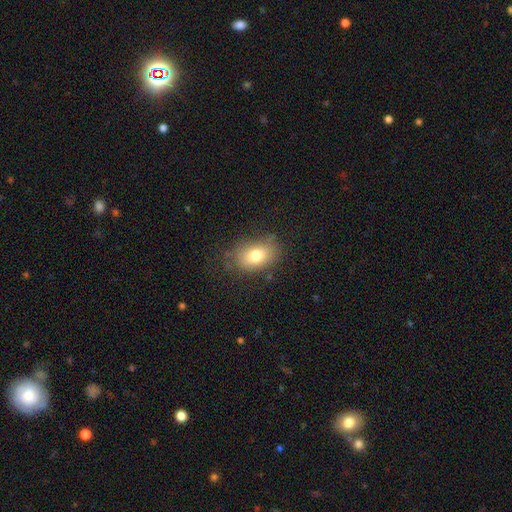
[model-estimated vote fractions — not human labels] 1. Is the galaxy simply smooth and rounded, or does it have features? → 77% smooth, 13% featured or disk, 10% star or artifact.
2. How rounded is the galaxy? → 81% in between, 18% round, 1% cigar-shaped.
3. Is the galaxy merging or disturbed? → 72% none, 19% minor disturbance, 7% major disturbance, 2% merger.